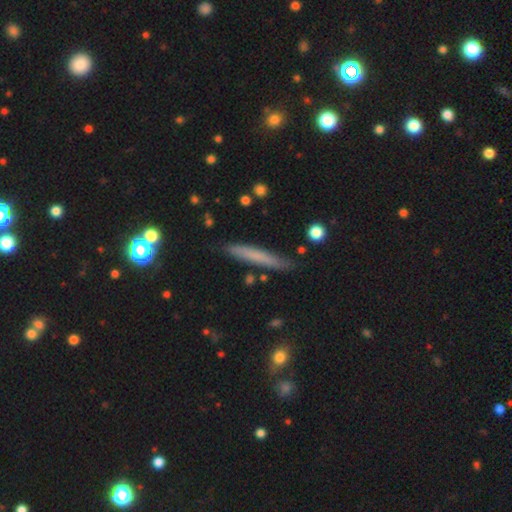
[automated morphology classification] A smooth galaxy with no disk features (64%) that is cigar-shaped (95%).

Vote fractions:
- Smooth or featured? smooth: 64% / featured or disk: 28% / star or artifact: 8%
- How rounded? cigar-shaped: 95% / in between: 4% / round: 2%
- Merging? none: 86% / minor disturbance: 10% / merger: 2% / major disturbance: 2%